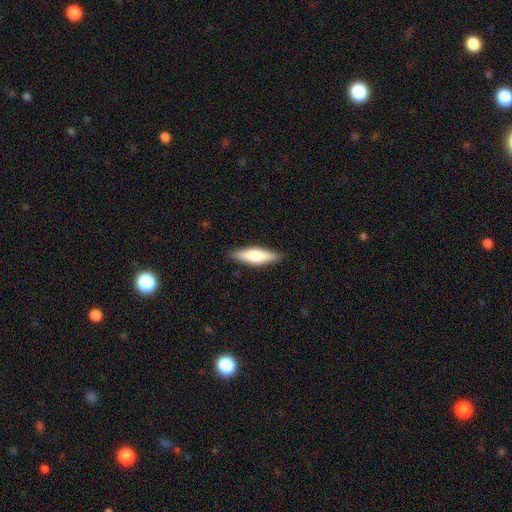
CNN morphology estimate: This is likely a smooth galaxy (67%). How rounded: possibly cigar-shaped (57%). Merging: clearly none (89%).